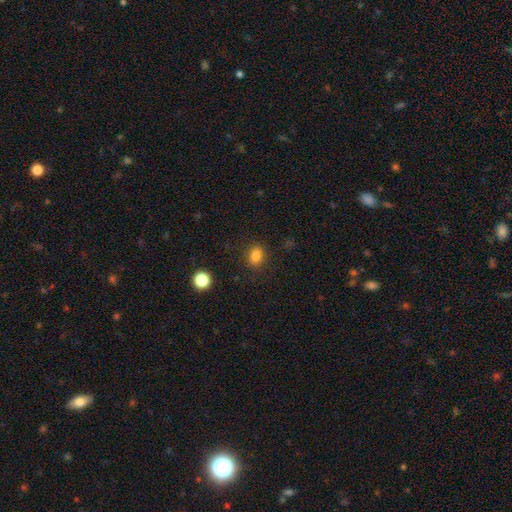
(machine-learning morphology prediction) Smooth or featured? Predicted: smooth (p=0.84). How rounded? Predicted: in between (p=0.64). Merging? Predicted: none (p=0.85).